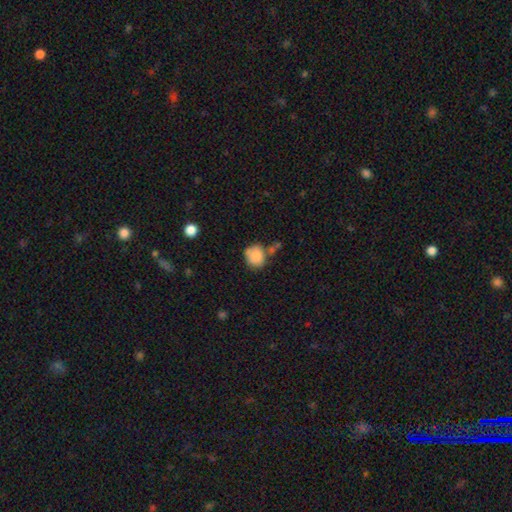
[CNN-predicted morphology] smooth 84%, star or artifact 8%, featured or disk 7%. Down the decision tree: how rounded — round (79%); merging — none (57%).